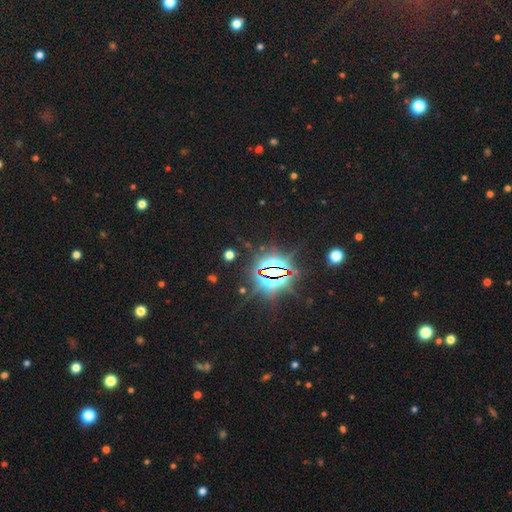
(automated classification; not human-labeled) The model was most divided on "smooth or featured": star or artifact: 84%, smooth: 9%, featured or disk: 7%.